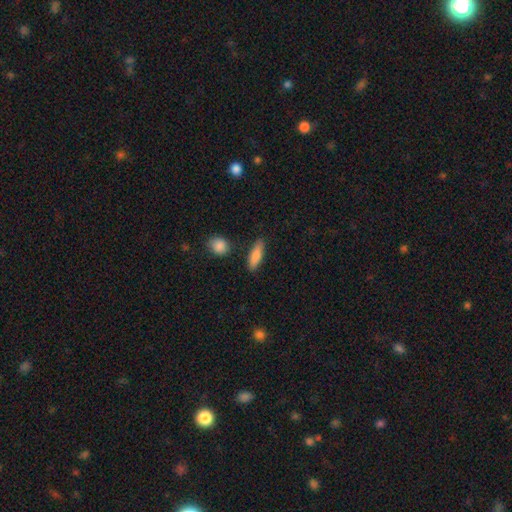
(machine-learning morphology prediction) smooth-or-featured: smooth: 81% | featured or disk: 13% | star or artifact: 6%
  how-rounded: in between: 50% | cigar-shaped: 47% | round: 3%
  merging: none: 85% | minor disturbance: 10% | merger: 3% | major disturbance: 2%